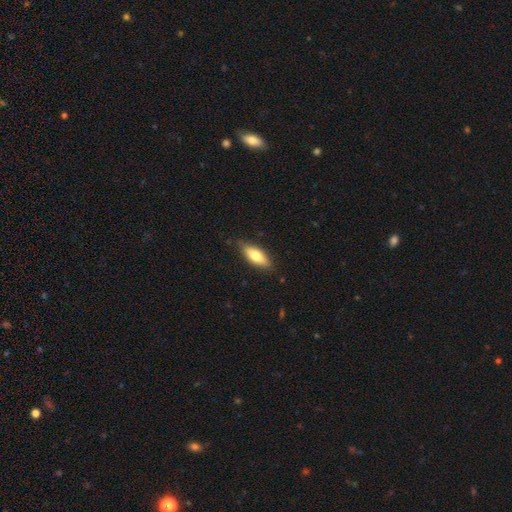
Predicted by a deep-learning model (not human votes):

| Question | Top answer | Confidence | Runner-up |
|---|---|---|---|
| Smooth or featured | smooth | 68% | featured or disk (26%) |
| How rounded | in between | 65% | cigar-shaped (33%) |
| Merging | none | 83% | minor disturbance (14%) |